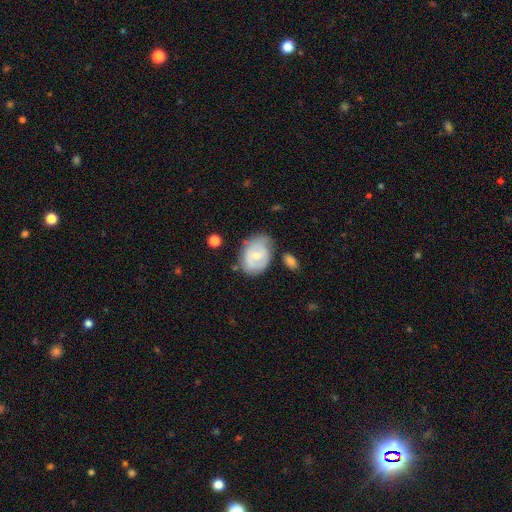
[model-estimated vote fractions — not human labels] Smooth or featured: featured or disk — 48% (smooth — 45%)
Merging: none — 56% (minor disturbance — 29%)